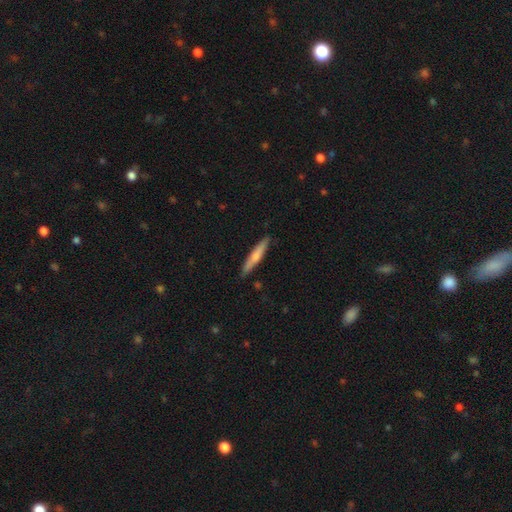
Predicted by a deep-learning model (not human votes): Smooth or featured?
  - smooth: 59% *
  - featured or disk: 36%
  - star or artifact: 5%
How rounded?
  - cigar-shaped: 93% *
  - in between: 6%
  - round: 1%
Merging?
  - none: 89% *
  - minor disturbance: 8%
  - major disturbance: 2%
  - merger: 1%